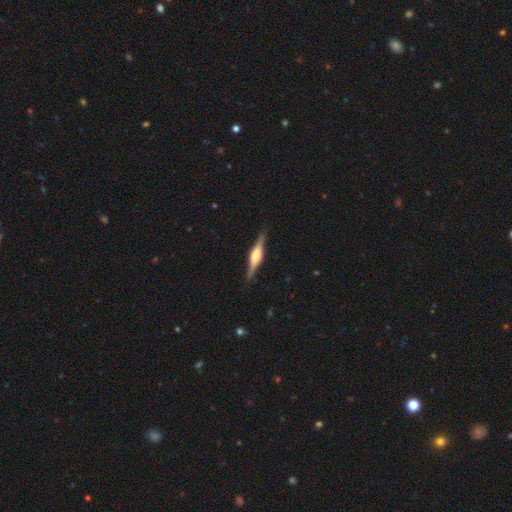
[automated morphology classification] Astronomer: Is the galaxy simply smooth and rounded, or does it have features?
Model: featured or disk — 74%.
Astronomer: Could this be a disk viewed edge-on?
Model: yes — 97%.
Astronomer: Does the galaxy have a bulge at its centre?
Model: rounded — 72%.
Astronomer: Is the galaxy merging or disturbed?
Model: none — 88%.